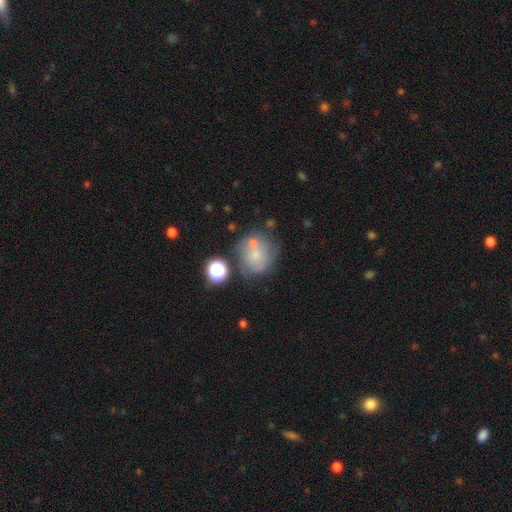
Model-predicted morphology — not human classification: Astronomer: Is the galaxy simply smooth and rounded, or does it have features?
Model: smooth — 55% (runner-up: featured or disk, 30%).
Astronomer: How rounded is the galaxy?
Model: round — 78%.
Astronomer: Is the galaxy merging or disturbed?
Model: none — 45% (runner-up: merger, 23%).